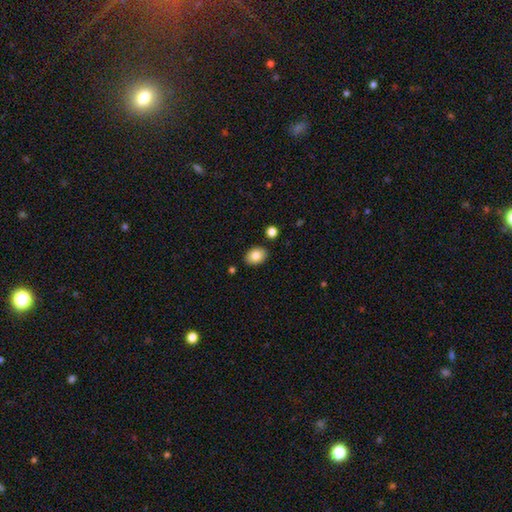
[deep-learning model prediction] This appears to be a smooth galaxy with no disk features (84%) that is in between round and cigar-shaped (76%). Merging: none (87%).